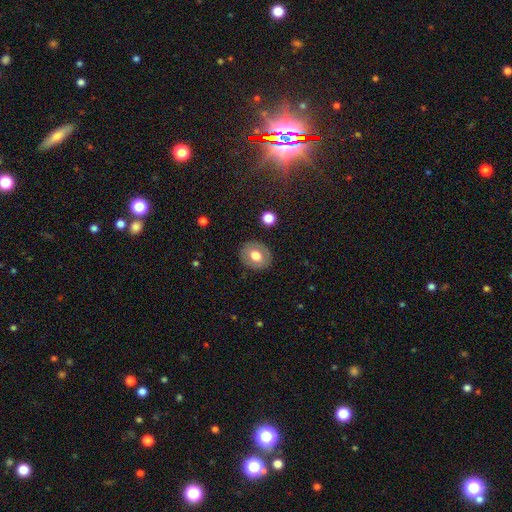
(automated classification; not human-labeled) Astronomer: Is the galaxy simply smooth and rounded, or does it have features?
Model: smooth — 67%.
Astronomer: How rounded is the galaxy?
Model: round — 55% (runner-up: in between, 44%).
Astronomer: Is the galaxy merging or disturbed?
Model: none — 86%.